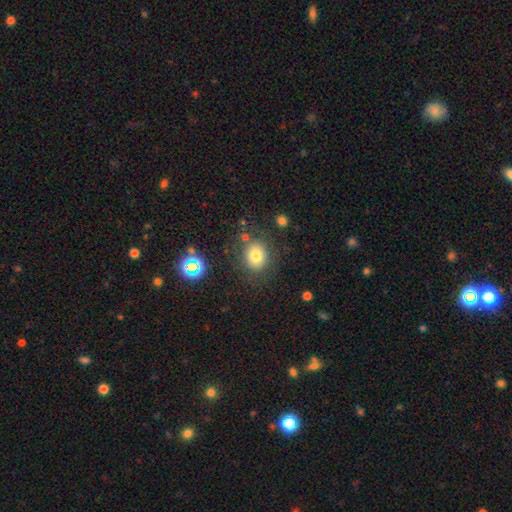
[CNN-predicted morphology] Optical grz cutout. It shows a smooth galaxy with no disk features (77%) that is round (65%). Merging: none (78%).